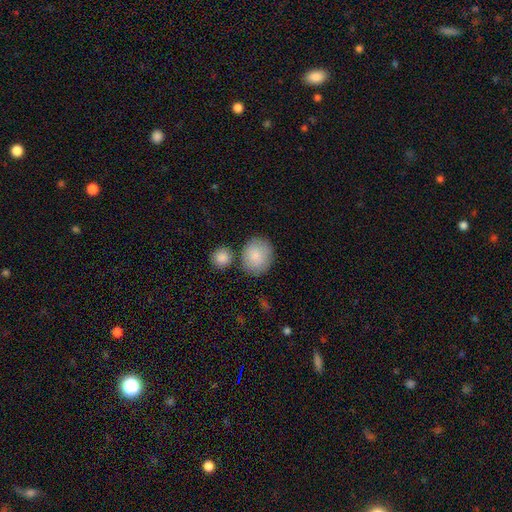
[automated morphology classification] Smooth or featured?
  - smooth: 85% *
  - featured or disk: 9%
  - star or artifact: 6%
How rounded?
  - round: 67% *
  - in between: 32%
  - cigar-shaped: 1%
Merging?
  - none: 70% *
  - minor disturbance: 14%
  - merger: 12%
  - major disturbance: 4%